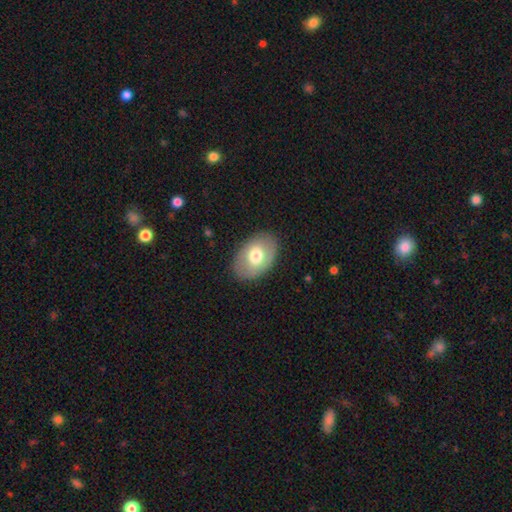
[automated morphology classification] Smooth or featured? smooth (63%)
How rounded? in between (84%)
Merging? none (84%)